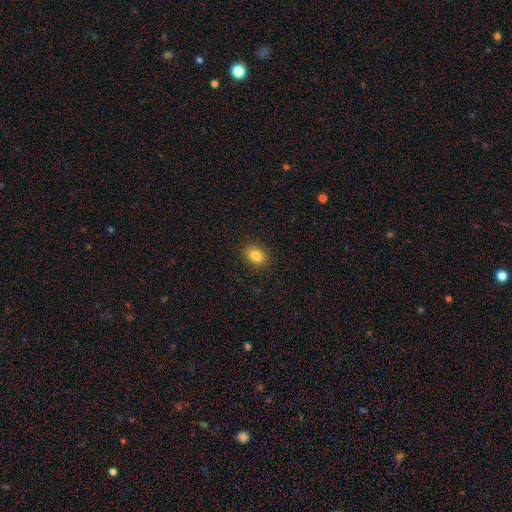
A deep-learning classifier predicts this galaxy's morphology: smooth-or-featured: smooth: 84% | star or artifact: 10% | featured or disk: 6%
  how-rounded: in between: 60% | round: 39% | cigar-shaped: 1%
  merging: none: 89% | minor disturbance: 8% | major disturbance: 2% | merger: 1%